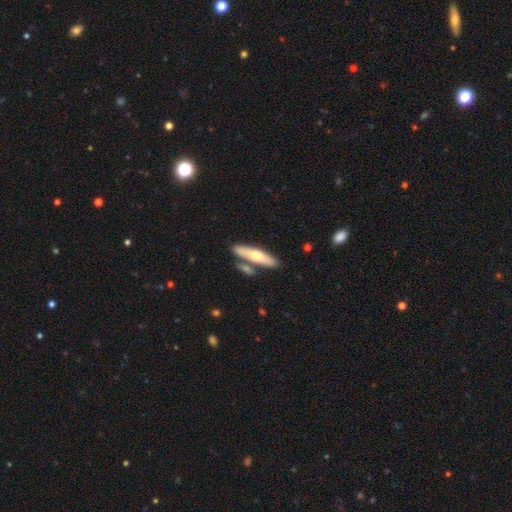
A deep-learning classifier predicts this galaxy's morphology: Smooth or featured: smooth — 51% (featured or disk — 44%)
How rounded: cigar-shaped — 70% (in between — 28%)
Merging: none — 70% (merger — 16%)